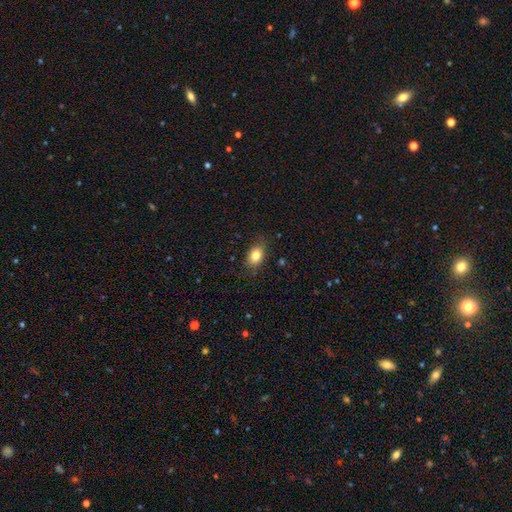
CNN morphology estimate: smooth-or-featured: smooth: 82% | featured or disk: 9% | star or artifact: 9%
  how-rounded: in between: 80% | round: 19% | cigar-shaped: 2%
  merging: none: 81% | minor disturbance: 15% | major disturbance: 3% | merger: 1%